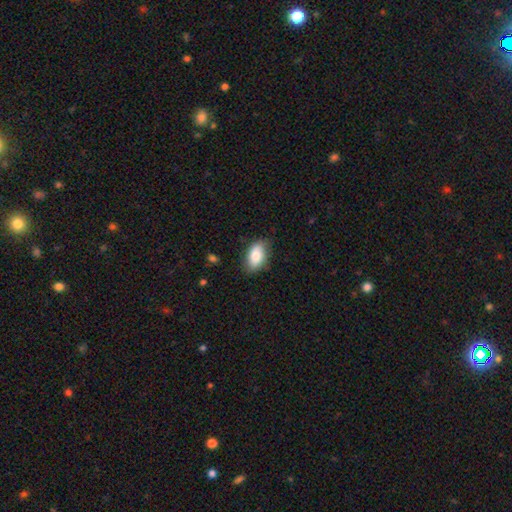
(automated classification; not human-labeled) Smooth or featured: smooth — 82% (featured or disk — 11%)
How rounded: in between — 92% (round — 6%)
Merging: none — 79% (minor disturbance — 16%)